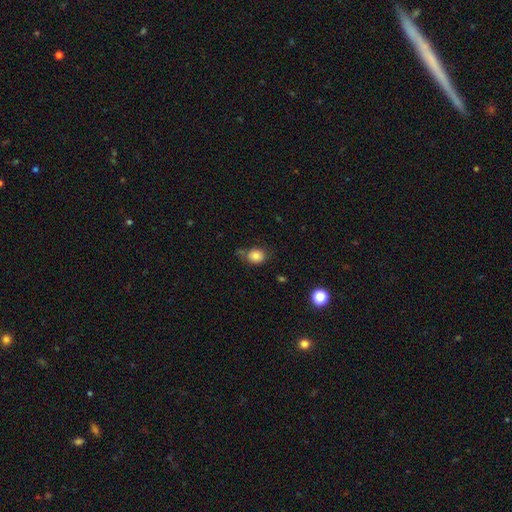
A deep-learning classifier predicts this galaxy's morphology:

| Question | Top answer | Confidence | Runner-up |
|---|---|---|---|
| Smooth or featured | smooth | 80% | star or artifact (11%) |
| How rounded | round | 66% | in between (33%) |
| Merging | none | 59% | minor disturbance (25%) |